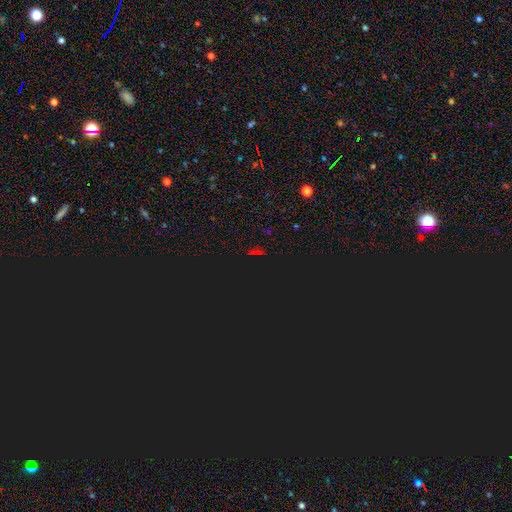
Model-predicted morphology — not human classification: Smooth or featured? Predicted: star or artifact (p=0.73).